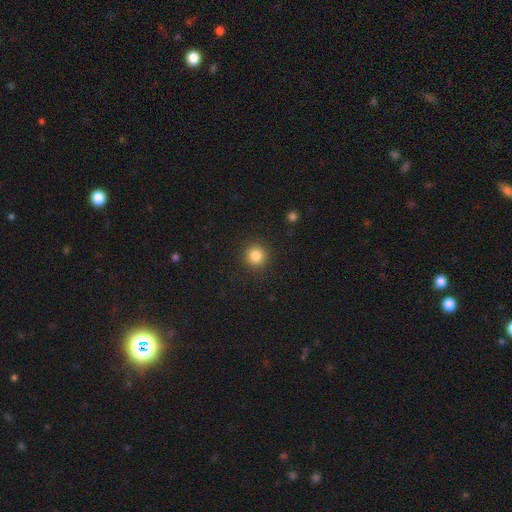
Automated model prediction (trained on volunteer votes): smooth_or_featured: smooth (p=0.84) [alt: star or artifact p=0.11]
how_rounded: round (p=0.95) [alt: in between p=0.04]
merging: none (p=0.91) [alt: minor disturbance p=0.05]